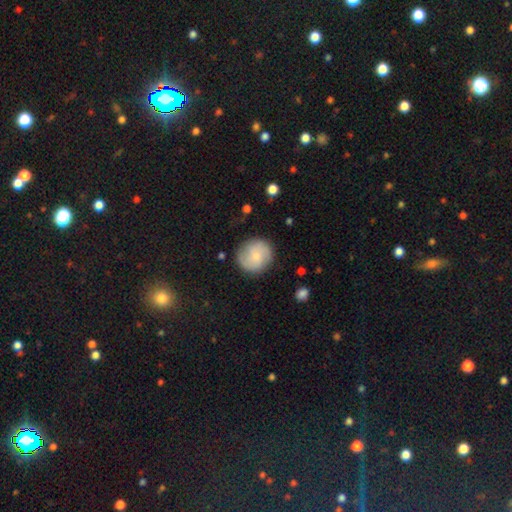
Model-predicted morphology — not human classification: A smooth galaxy with no disk features (59%) that is round (91%). Merging: none (82%).